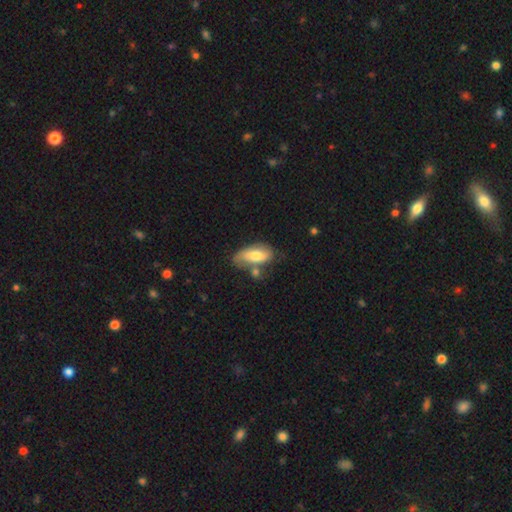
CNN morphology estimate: Q: Smooth or featured?
A: smooth (63%); runner-up: featured or disk (30%)
Q: How rounded?
A: in between (87%); runner-up: cigar-shaped (10%)
Q: Merging?
A: none (43%); runner-up: minor disturbance (25%)